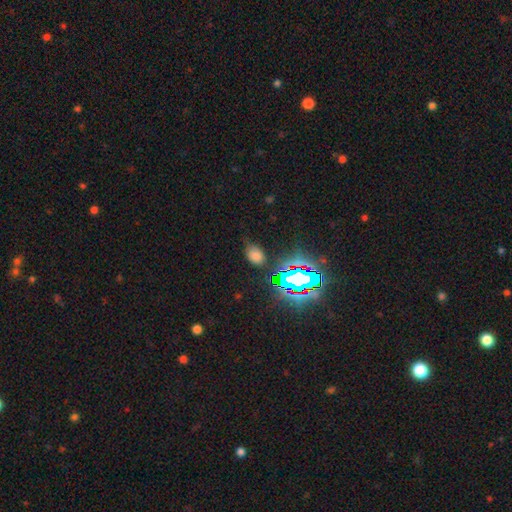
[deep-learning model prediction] This is likely a smooth galaxy (64%). How rounded: likely in between (68%). Merging: likely none (71%).